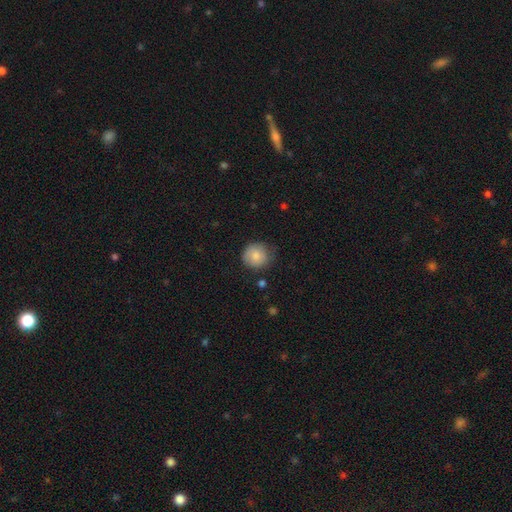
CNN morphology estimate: The model was most divided on "merging": none: 73%, minor disturbance: 21%, major disturbance: 5%, merger: 2%. More confident: how rounded — round (91%); smooth or featured — smooth (83%).